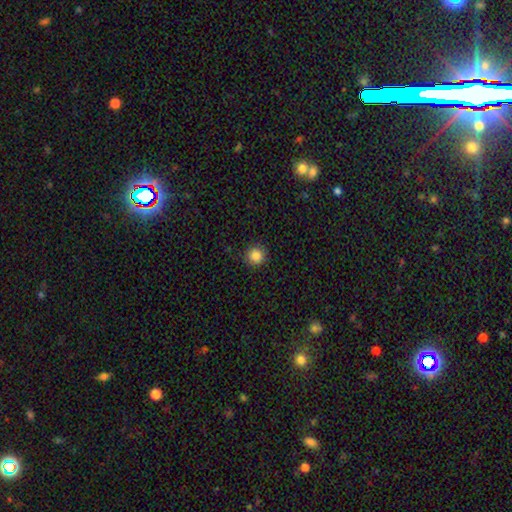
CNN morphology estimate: Smooth or featured? Predicted: smooth (p=0.86). How rounded? Predicted: round (p=0.94). Merging? Predicted: none (p=0.91).